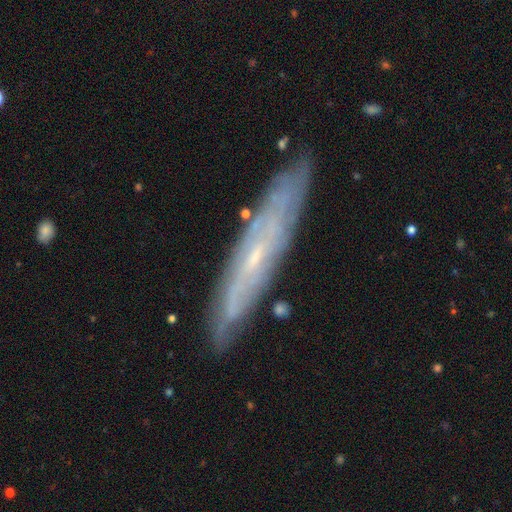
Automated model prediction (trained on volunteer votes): Smooth or featured? featured or disk (72%)
Edge-on disk? yes (54%)
Merging? none (85%)